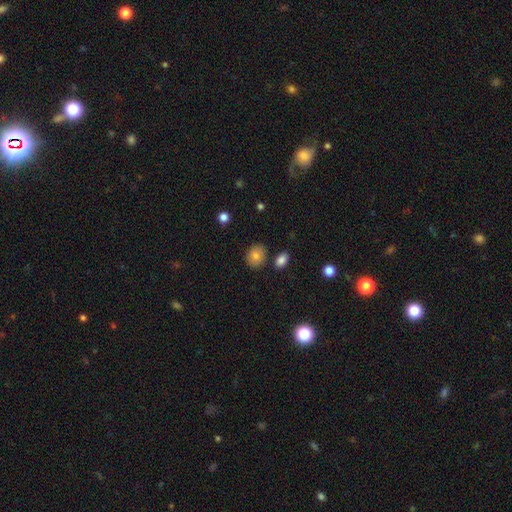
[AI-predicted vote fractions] Q: Smooth or featured?
A: smooth (80%); runner-up: star or artifact (10%)
Q: How rounded?
A: round (53%); runner-up: in between (46%)
Q: Merging?
A: none (80%); runner-up: minor disturbance (11%)